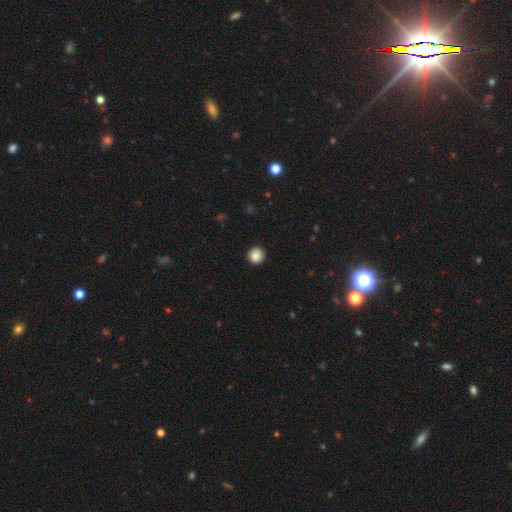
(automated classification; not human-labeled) Smooth or featured: smooth — 87% (star or artifact — 9%)
How rounded: round — 93% (in between — 7%)
Merging: none — 90% (minor disturbance — 7%)